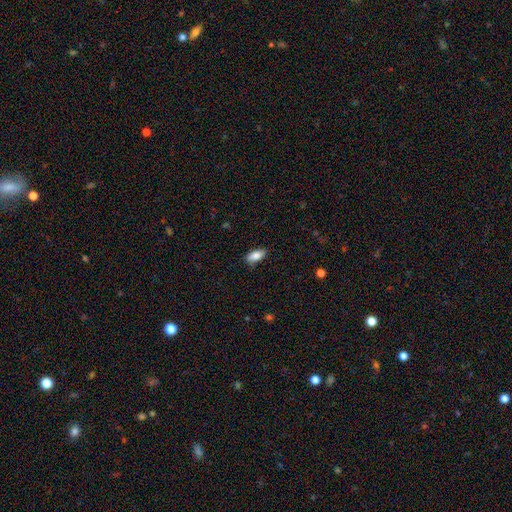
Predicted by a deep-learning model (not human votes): Q: Smooth or featured?
A: smooth (85%); runner-up: featured or disk (8%)
Q: How rounded?
A: in between (87%); runner-up: cigar-shaped (11%)
Q: Merging?
A: none (83%); runner-up: minor disturbance (13%)